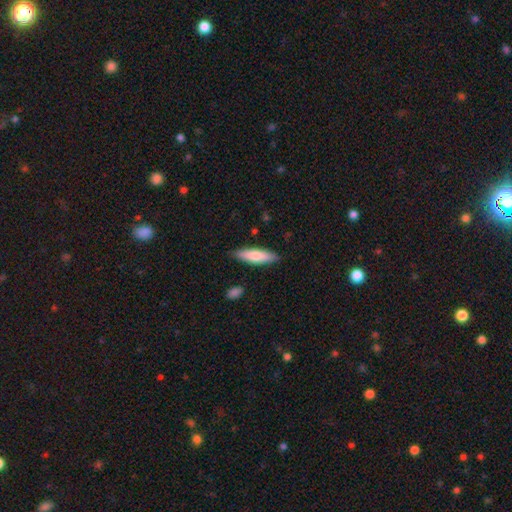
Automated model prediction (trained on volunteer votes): Smooth or featured? Predicted: smooth (p=0.74). How rounded? Predicted: cigar-shaped (p=0.64). Merging? Predicted: none (p=0.86).